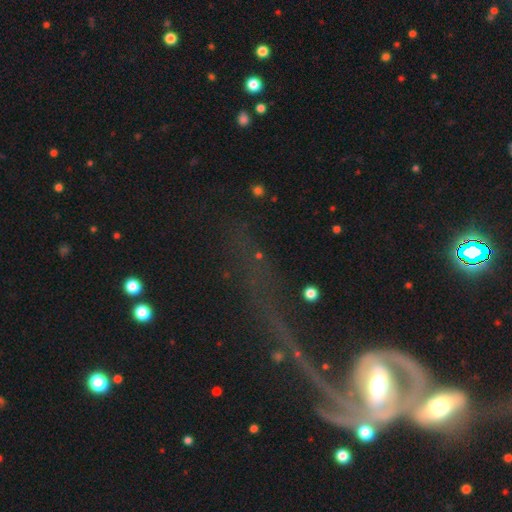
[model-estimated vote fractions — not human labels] This is likely a featured or disk galaxy (70%). It is clearly not viewed edge-on (88%). Bar: marginally no (39%). Spiral arm pattern: likely yes (70%). Central bulge: possibly moderate (51%). Merging: marginally major disturbance (42%).